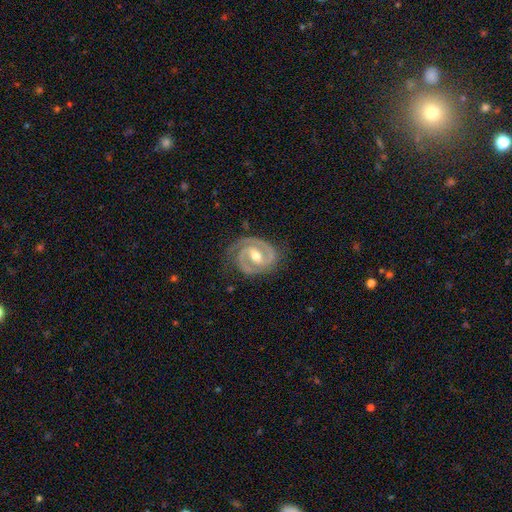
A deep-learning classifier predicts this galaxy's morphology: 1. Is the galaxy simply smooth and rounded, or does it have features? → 92% featured or disk, 5% smooth, 4% star or artifact.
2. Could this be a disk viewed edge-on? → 98% no, 2% yes.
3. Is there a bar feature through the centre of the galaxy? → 43% weak, 36% strong, 21% no.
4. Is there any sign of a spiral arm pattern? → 98% yes, 2% no.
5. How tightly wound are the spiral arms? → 63% tight, 33% medium, 4% loose.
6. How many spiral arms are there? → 90% 2, 3% 1, 3% can't tell, 2% 3, 1% 4, 1% more than 4.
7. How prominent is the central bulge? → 72% moderate, 22% small, 4% large, 1% none, 1% dominant.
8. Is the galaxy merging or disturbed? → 78% none, 16% minor disturbance, 5% major disturbance, 1% merger.